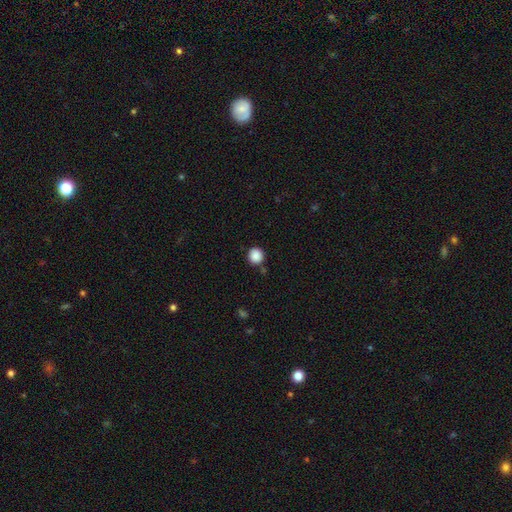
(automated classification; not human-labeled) Q: Smooth or featured?
A: smooth (88%); runner-up: star or artifact (9%)
Q: How rounded?
A: round (91%); runner-up: in between (8%)
Q: Merging?
A: none (83%); runner-up: minor disturbance (10%)